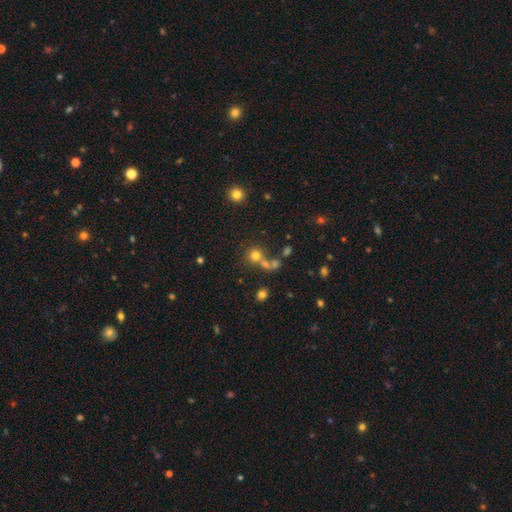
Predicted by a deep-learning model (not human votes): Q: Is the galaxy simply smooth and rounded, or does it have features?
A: smooth — 69%.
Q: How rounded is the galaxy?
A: round — 86%.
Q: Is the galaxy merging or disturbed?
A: none — 50%.